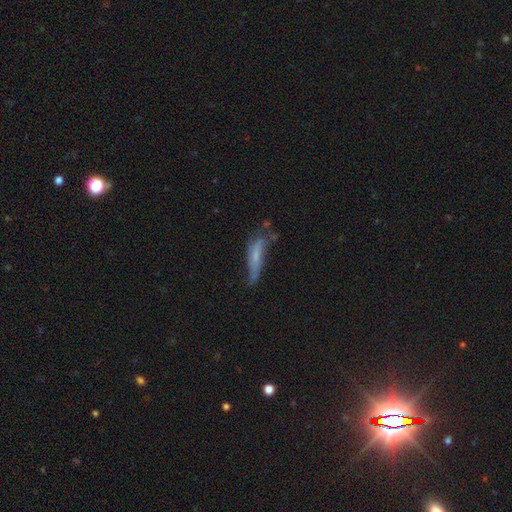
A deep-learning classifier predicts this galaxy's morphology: smooth-or-featured: smooth: 48% | featured or disk: 42% | star or artifact: 10%
  merging: none: 39% | minor disturbance: 32% | major disturbance: 21% | merger: 7%